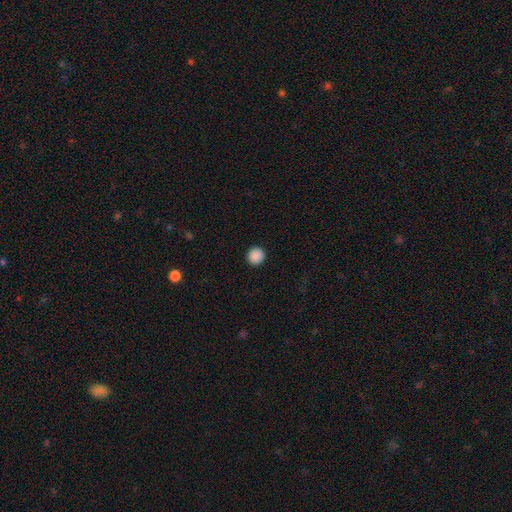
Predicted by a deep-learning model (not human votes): This is clearly a smooth galaxy (89%). How rounded: clearly round (93%). Merging: clearly none (93%).